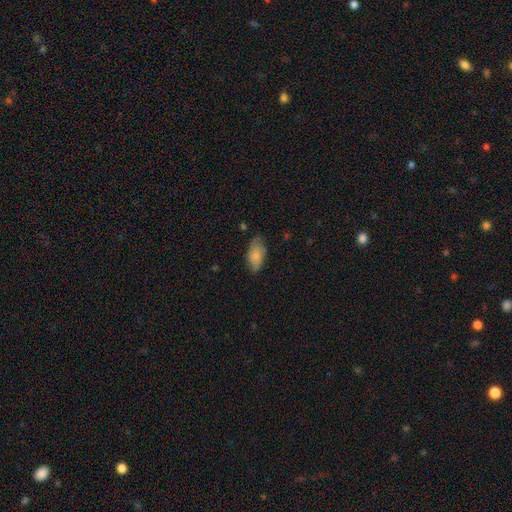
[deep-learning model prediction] The model was most divided on "merging": none: 68%, minor disturbance: 25%, major disturbance: 5%, merger: 1%. More confident: how rounded — in between (92%); smooth or featured — smooth (78%).